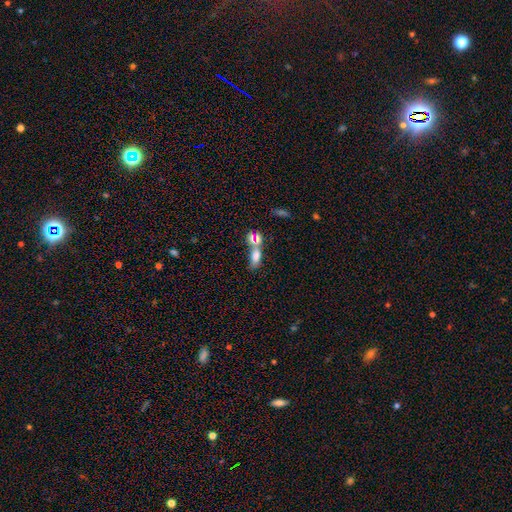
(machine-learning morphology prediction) Q: Smooth or featured?
A: smooth (69%); runner-up: featured or disk (16%)
Q: How rounded?
A: in between (69%); runner-up: cigar-shaped (20%)
Q: Merging?
A: merger (49%); runner-up: none (32%)